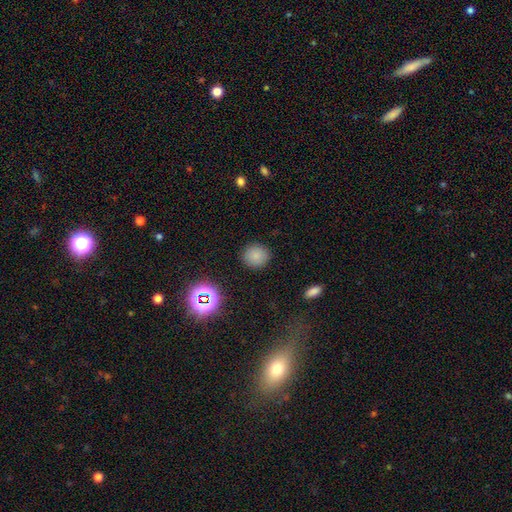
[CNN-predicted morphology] smooth-or-featured: smooth: 81% | star or artifact: 14% | featured or disk: 5%
  how-rounded: round: 88% | in between: 11% | cigar-shaped: 1%
  merging: none: 90% | minor disturbance: 6% | major disturbance: 2% | merger: 1%